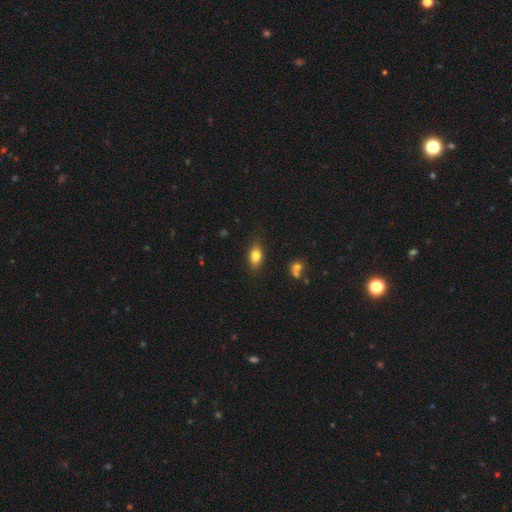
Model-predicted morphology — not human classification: smooth 80%, featured or disk 11%, star or artifact 9%. Down the decision tree: how rounded — in between (82%); merging — none (81%).